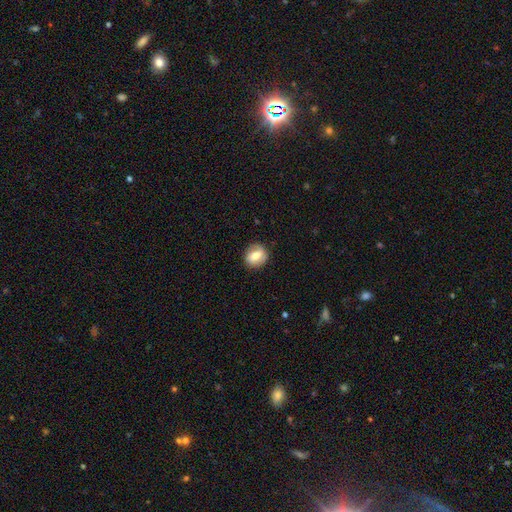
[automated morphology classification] smooth-or-featured: smooth: 64% | featured or disk: 28% | star or artifact: 8%
  how-rounded: round: 68% | in between: 31% | cigar-shaped: 1%
  merging: none: 83% | minor disturbance: 12% | major disturbance: 3% | merger: 1%